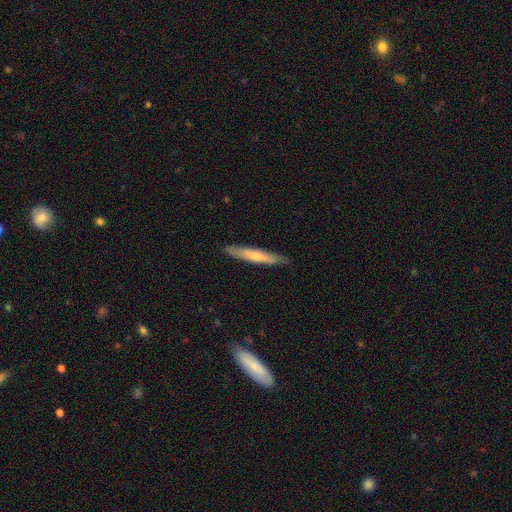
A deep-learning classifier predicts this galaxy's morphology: smooth_or_featured: smooth (p=0.53) [alt: featured or disk p=0.41]
how_rounded: cigar-shaped (p=0.93) [alt: in between p=0.06]
merging: none (p=0.87) [alt: minor disturbance p=0.10]